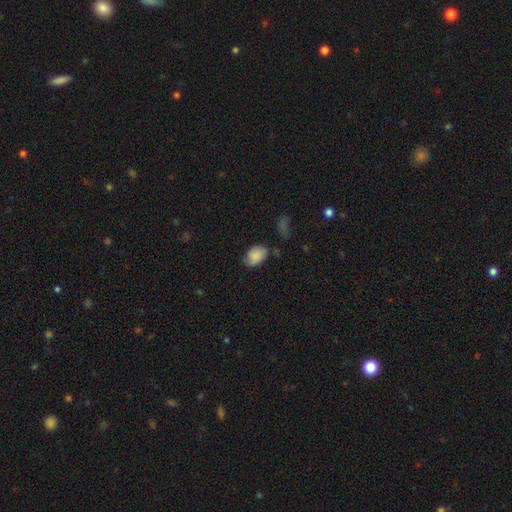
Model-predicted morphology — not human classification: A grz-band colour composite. It shows a smooth galaxy with no disk features (78%) that is in between round and cigar-shaped (81%). Merging: none (59%).